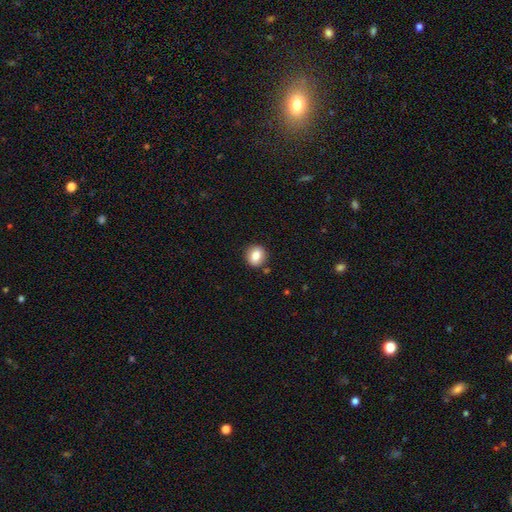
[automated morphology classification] Overall: smooth (82%). How rounded: round (77%). Merging: none (88%).